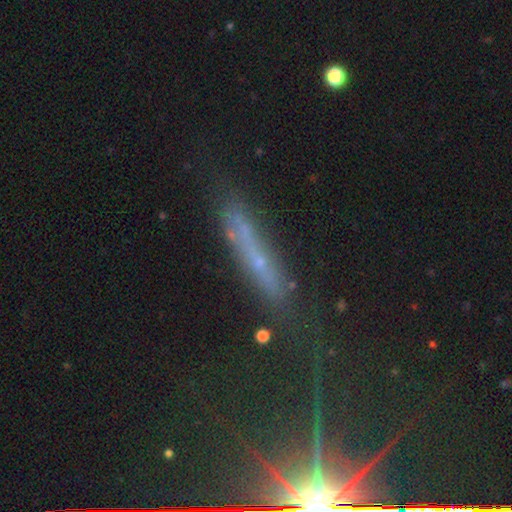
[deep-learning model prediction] Smooth or featured: featured or disk — 44% (smooth — 30%)
Merging: none — 70% (minor disturbance — 19%)